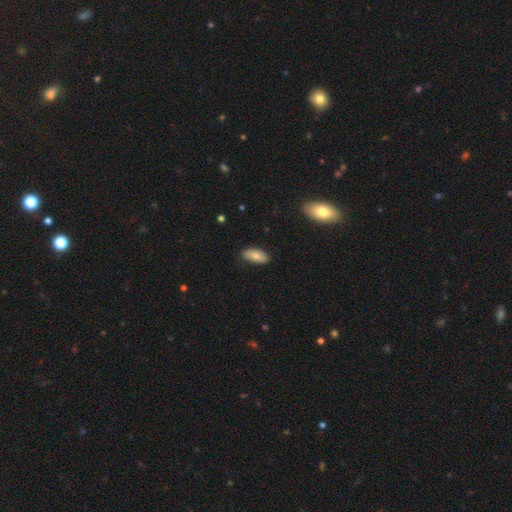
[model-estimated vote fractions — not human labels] This is likely a smooth galaxy (75%). How rounded: clearly in between (90%). Merging: clearly none (81%).